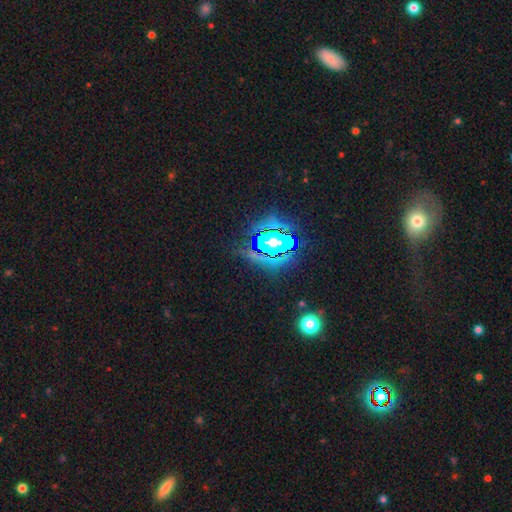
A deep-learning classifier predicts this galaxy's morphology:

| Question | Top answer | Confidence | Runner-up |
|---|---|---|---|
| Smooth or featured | star or artifact | 77% | smooth (12%) |